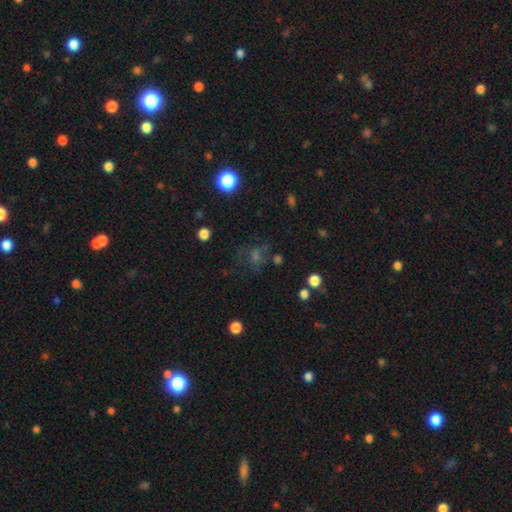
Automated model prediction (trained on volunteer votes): A star or artifact, not a galaxy (39%).

Vote fractions:
- Smooth or featured? star or artifact: 39% / smooth: 36% / featured or disk: 24%